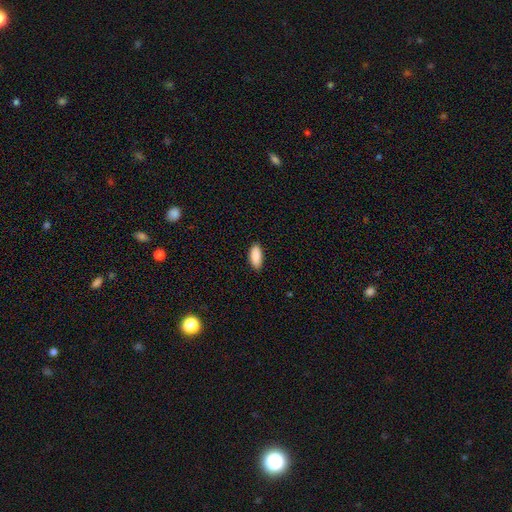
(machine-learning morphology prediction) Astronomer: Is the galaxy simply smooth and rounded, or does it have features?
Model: smooth — 91%.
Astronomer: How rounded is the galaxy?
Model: in between — 88%.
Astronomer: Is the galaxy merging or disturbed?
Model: none — 87%.